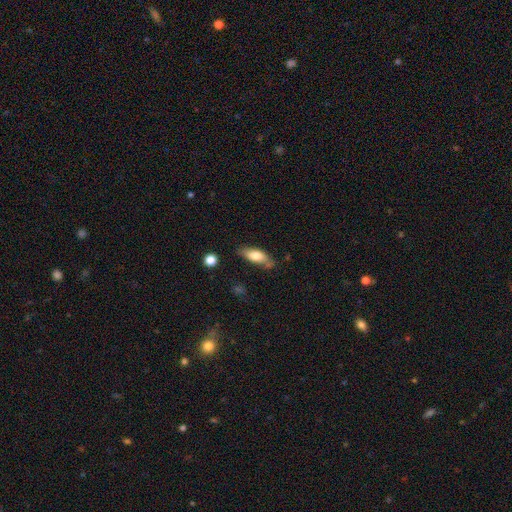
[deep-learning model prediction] This appears to be a smooth galaxy with no disk features (71%) that is in between round and cigar-shaped (69%). Merging: none (69%).